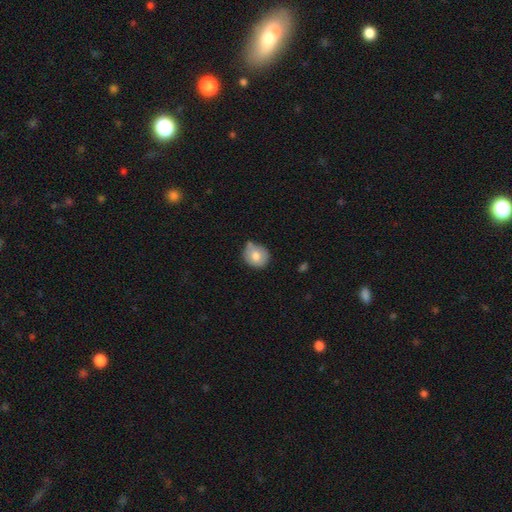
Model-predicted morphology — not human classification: Smooth or featured: smooth — 72% (featured or disk — 20%)
How rounded: round — 70% (in between — 29%)
Merging: none — 57% (minor disturbance — 32%)